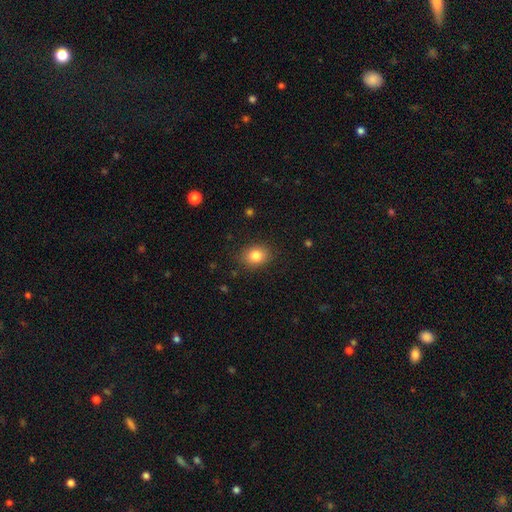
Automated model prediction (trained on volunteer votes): Overall: smooth (83%). How rounded: in between (51%; round 48%). Merging: none (86%).